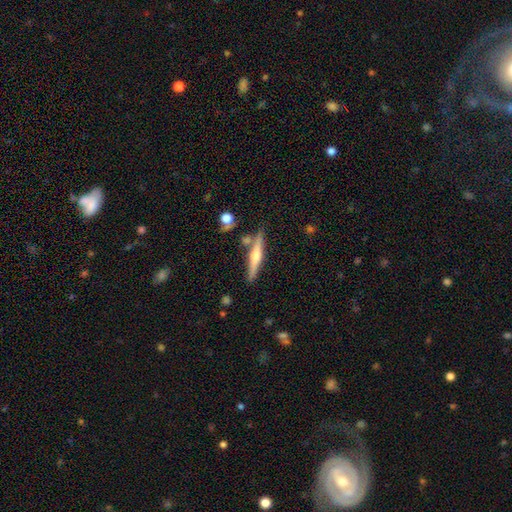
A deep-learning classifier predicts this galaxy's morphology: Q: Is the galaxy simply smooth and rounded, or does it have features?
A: featured or disk — 64%.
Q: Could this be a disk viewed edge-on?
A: yes — 97%.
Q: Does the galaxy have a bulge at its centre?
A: rounded — 86%.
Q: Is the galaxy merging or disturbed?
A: none — 80%.